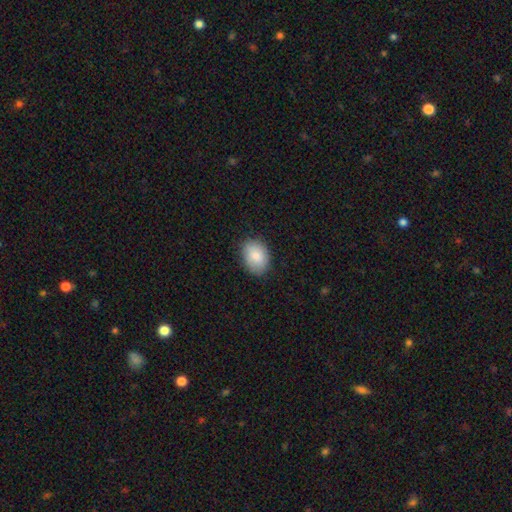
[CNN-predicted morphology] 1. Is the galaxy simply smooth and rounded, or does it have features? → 85% smooth, 8% featured or disk, 7% star or artifact.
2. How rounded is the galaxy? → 75% in between, 24% round, 1% cigar-shaped.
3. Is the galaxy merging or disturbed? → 83% none, 13% minor disturbance, 3% major disturbance, 1% merger.